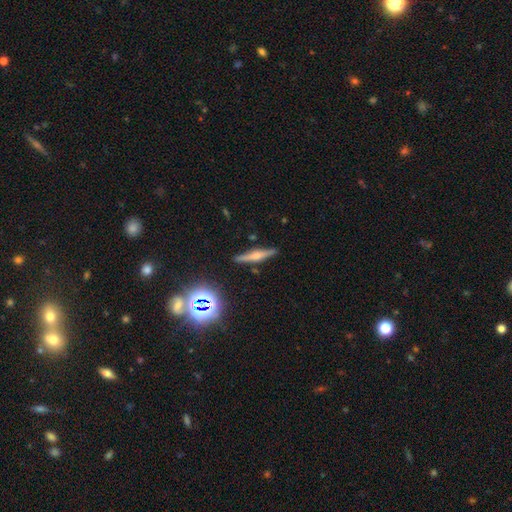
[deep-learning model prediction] Smooth or featured: featured or disk — 61% (smooth — 29%)
Edge-on disk: yes — 97% (no — 3%)
Edge-on bulge: rounded — 79% (boxy — 14%)
Merging: none — 88% (minor disturbance — 8%)